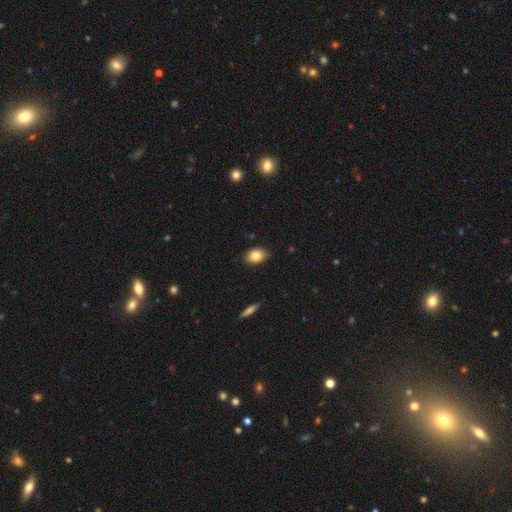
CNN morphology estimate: smooth-or-featured: smooth: 82% | featured or disk: 9% | star or artifact: 8%
  how-rounded: in between: 82% | round: 17% | cigar-shaped: 1%
  merging: none: 85% | minor disturbance: 12% | major disturbance: 2% | merger: 1%